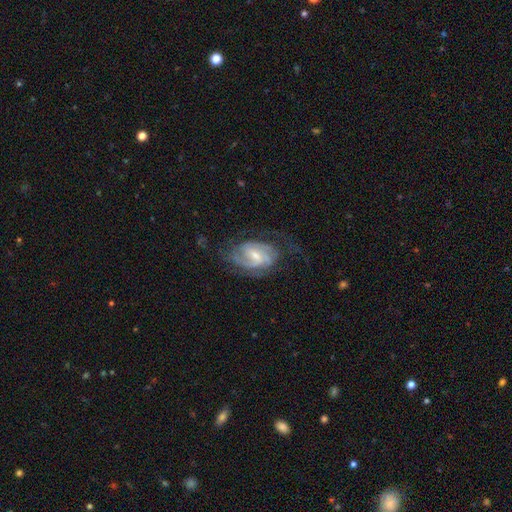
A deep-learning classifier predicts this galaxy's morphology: Smooth or featured? featured or disk (83%)
Edge-on disk? no (97%)
Bar? weak (58%)
Spiral arms? yes (94%)
Spiral winding? medium (45%)
Spiral arm count? 2 (57%)
Bulge size? small (49%)
Merging? none (57%)